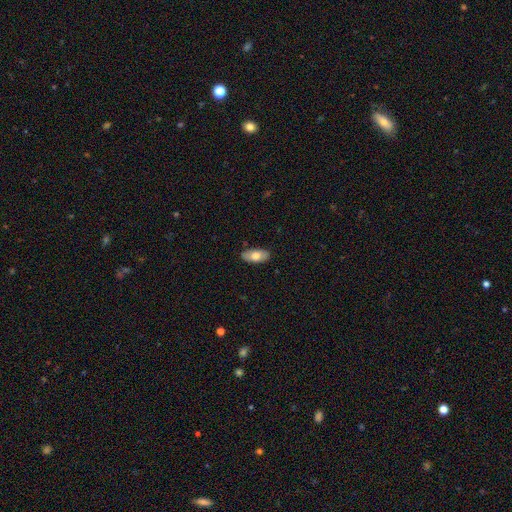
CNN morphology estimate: smooth 71%, featured or disk 23%, star or artifact 6%. Down the decision tree: how rounded — in between (91%); merging — none (87%).